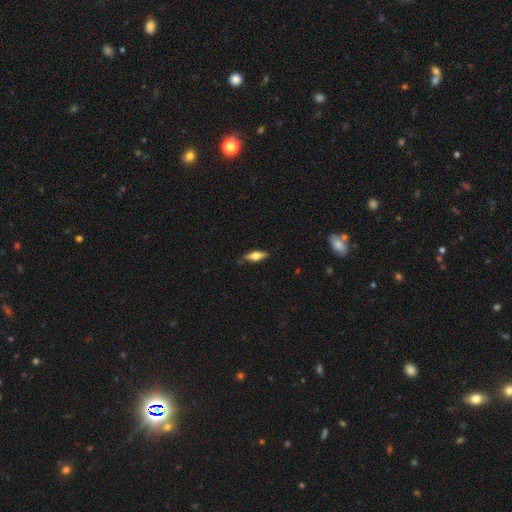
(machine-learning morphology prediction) smooth_or_featured: smooth (p=0.52) [alt: featured or disk p=0.41]
how_rounded: in between (p=0.61) [alt: cigar-shaped p=0.36]
merging: none (p=0.78) [alt: minor disturbance p=0.17]